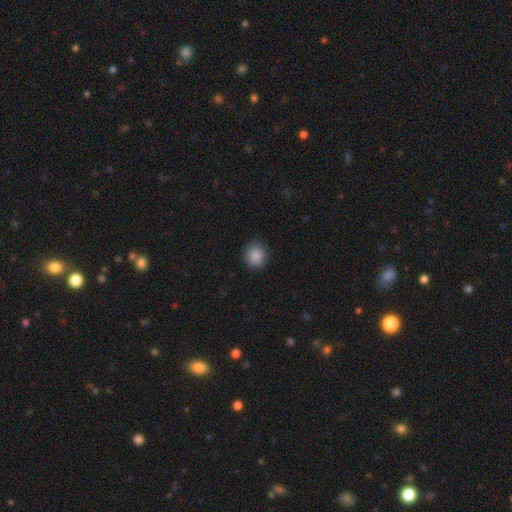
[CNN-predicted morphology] type=smooth (87%); roundness=round (87%); merging=none (88%).